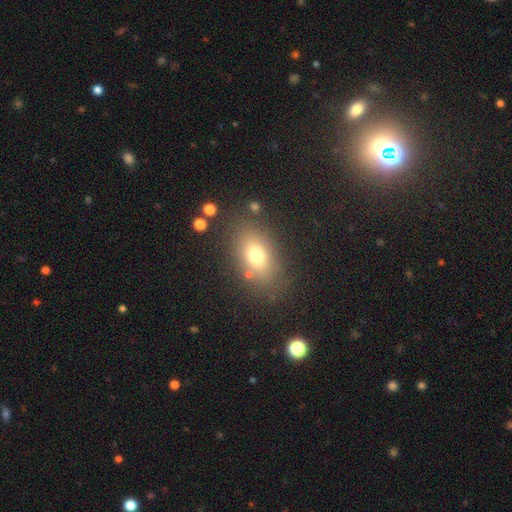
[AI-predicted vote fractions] Q: Smooth or featured?
A: smooth (74%); runner-up: featured or disk (14%)
Q: How rounded?
A: in between (82%); runner-up: round (15%)
Q: Merging?
A: none (79%); runner-up: minor disturbance (12%)